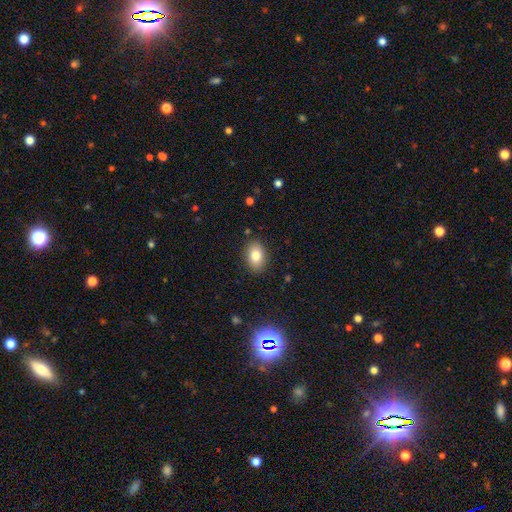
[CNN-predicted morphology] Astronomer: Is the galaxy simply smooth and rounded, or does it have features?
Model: smooth — 81%.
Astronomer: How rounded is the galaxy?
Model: in between — 83%.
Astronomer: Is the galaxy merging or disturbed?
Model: none — 87%.